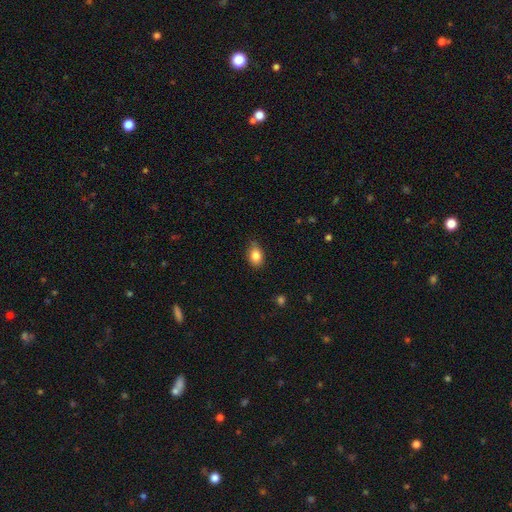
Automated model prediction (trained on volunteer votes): smooth-or-featured: smooth: 83% | star or artifact: 9% | featured or disk: 8%
  how-rounded: in between: 70% | round: 28% | cigar-shaped: 2%
  merging: none: 69% | minor disturbance: 26% | major disturbance: 4% | merger: 1%